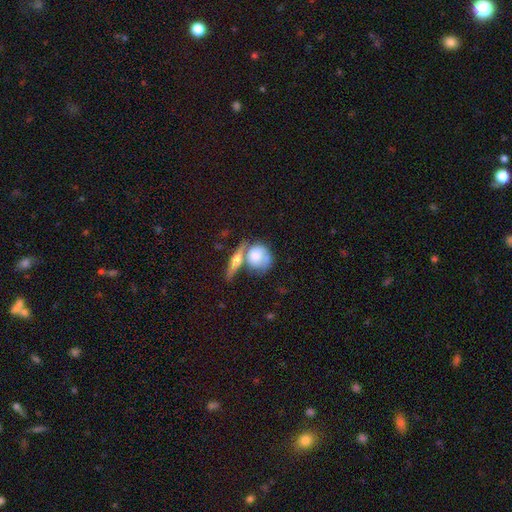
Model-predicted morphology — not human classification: Smooth or featured: smooth — 62% (featured or disk — 32%)
How rounded: round — 68% (in between — 28%)
Merging: merger — 40% (none — 35%)